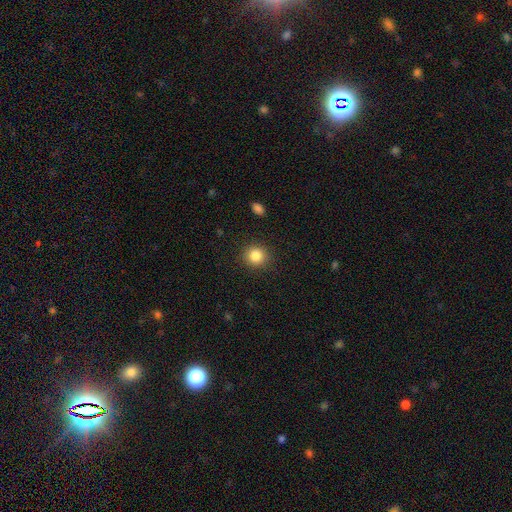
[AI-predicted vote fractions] Q: Smooth or featured?
A: smooth (85%); runner-up: star or artifact (10%)
Q: How rounded?
A: round (88%); runner-up: in between (11%)
Q: Merging?
A: none (90%); runner-up: minor disturbance (7%)